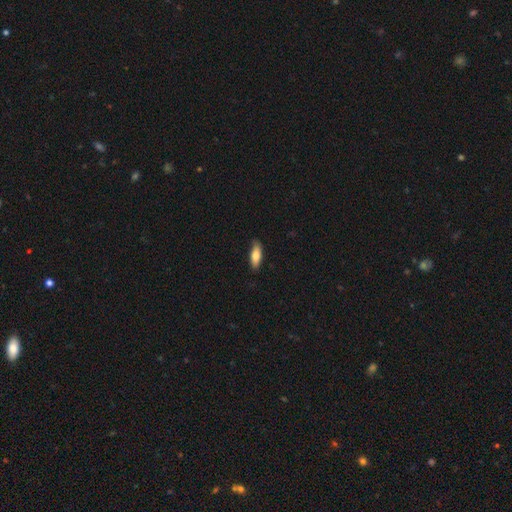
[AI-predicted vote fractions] Smooth or featured: smooth — 76% (featured or disk — 18%)
How rounded: in between — 65% (cigar-shaped — 33%)
Merging: none — 81% (minor disturbance — 15%)